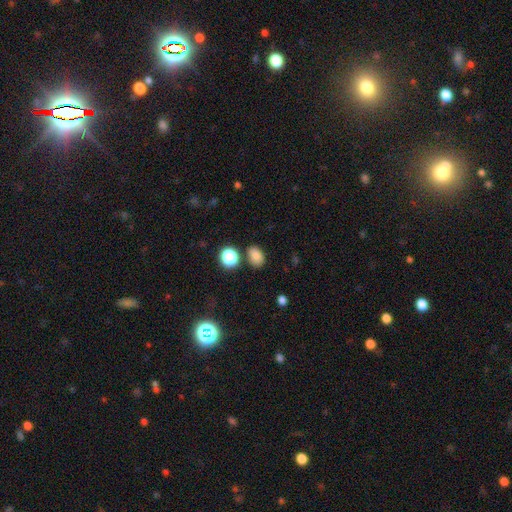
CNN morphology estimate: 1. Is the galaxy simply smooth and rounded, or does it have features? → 80% smooth, 14% star or artifact, 6% featured or disk.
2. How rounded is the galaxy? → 71% in between, 27% round, 1% cigar-shaped.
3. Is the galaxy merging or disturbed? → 78% none, 12% minor disturbance, 6% merger, 3% major disturbance.